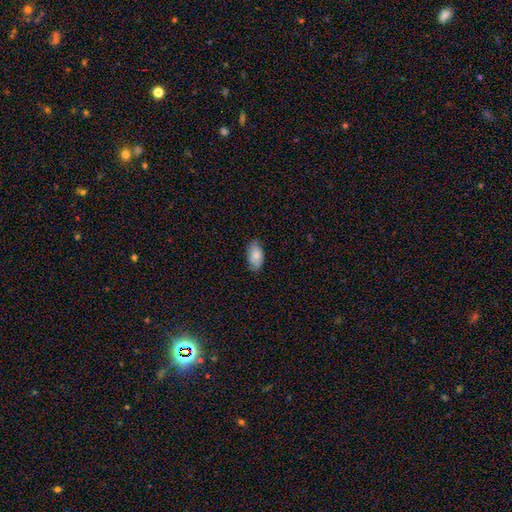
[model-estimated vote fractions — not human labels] This appears to be a smooth galaxy with no disk features (81%) that is in between round and cigar-shaped (94%). Merging: none (77%).